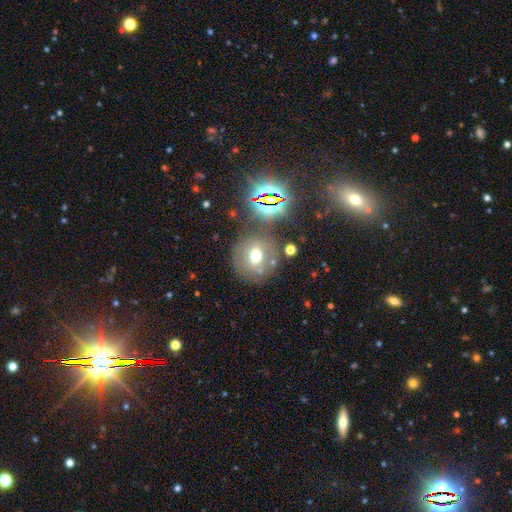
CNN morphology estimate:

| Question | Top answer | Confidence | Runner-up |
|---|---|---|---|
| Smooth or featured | smooth | 58% | star or artifact (22%) |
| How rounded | round | 84% | in between (15%) |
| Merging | none | 74% | minor disturbance (11%) |